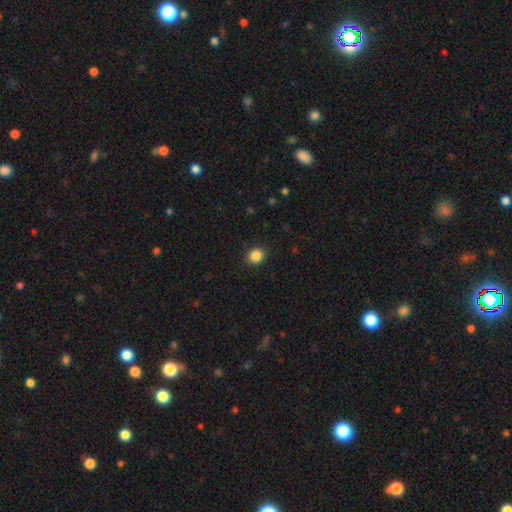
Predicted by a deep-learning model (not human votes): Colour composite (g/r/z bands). It shows a smooth galaxy with no disk features (86%) that is round (86%). Merging: none (91%).